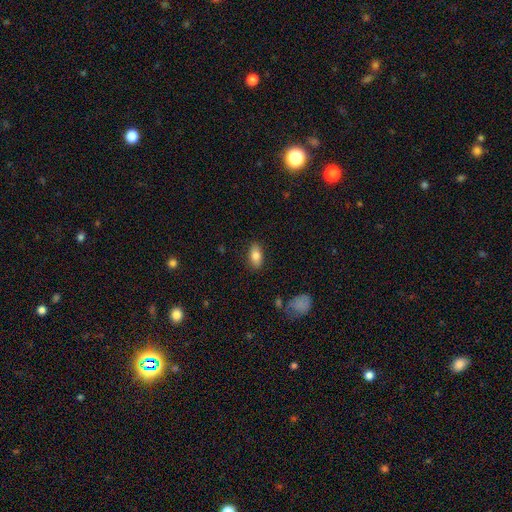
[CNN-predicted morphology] This is clearly a smooth galaxy (80%). How rounded: clearly in between (89%). Merging: clearly none (86%).